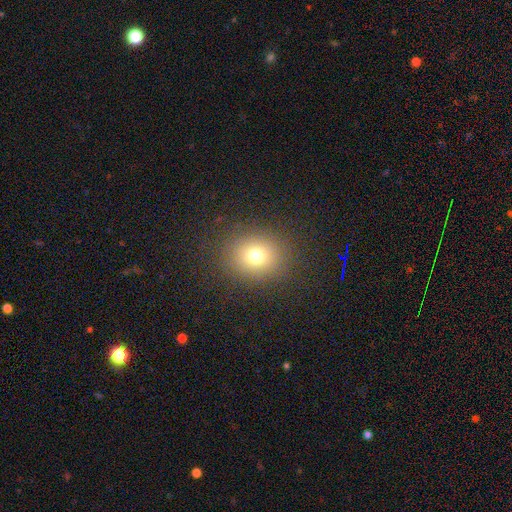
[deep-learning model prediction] This is likely a smooth galaxy (74%). How rounded: likely round (74%). Merging: clearly none (87%).